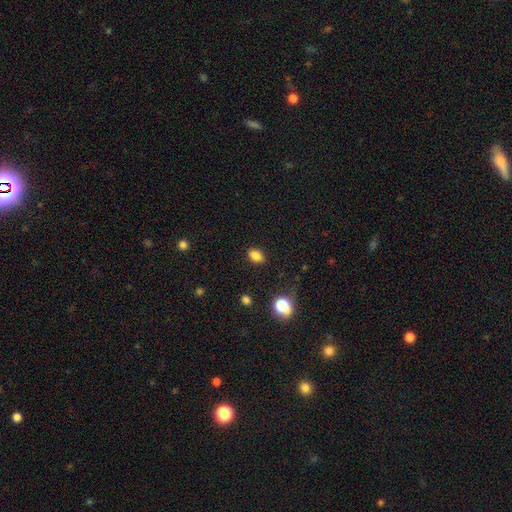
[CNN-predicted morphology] type=smooth (83%); roundness=in between (77%); merging=none (87%).